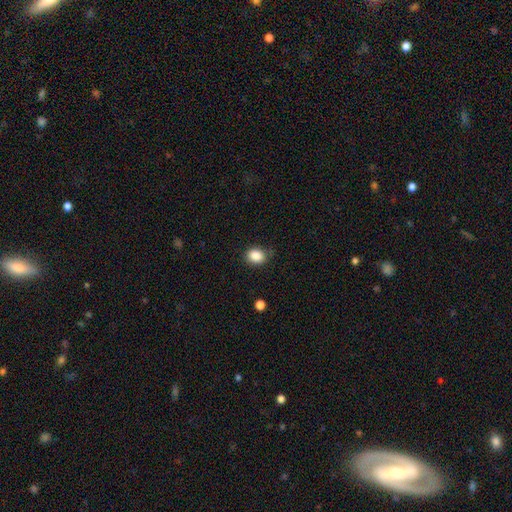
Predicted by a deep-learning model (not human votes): This is clearly a smooth galaxy (87%). How rounded: possibly in between (52%). Merging: clearly none (81%).